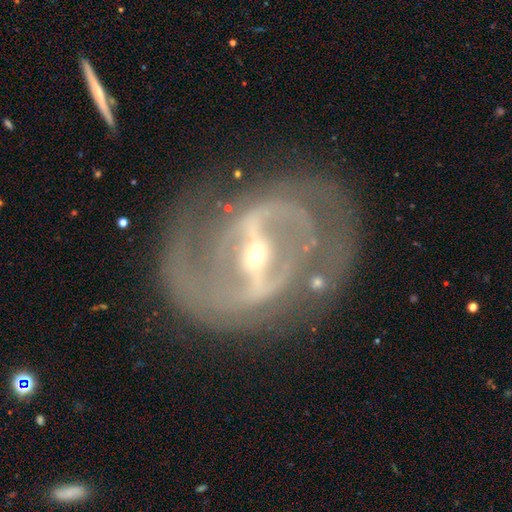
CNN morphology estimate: Smooth or featured: featured or disk — 88% (smooth — 6%)
Edge-on disk: no — 94% (yes — 6%)
Bar: strong — 74% (weak — 18%)
Spiral arms: yes — 82% (no — 18%)
Spiral winding: medium — 46% (tight — 37%)
Spiral arm count: 2 — 74% (can't tell — 12%)
Bulge size: small — 69% (moderate — 26%)
Merging: none — 62% (minor disturbance — 18%)